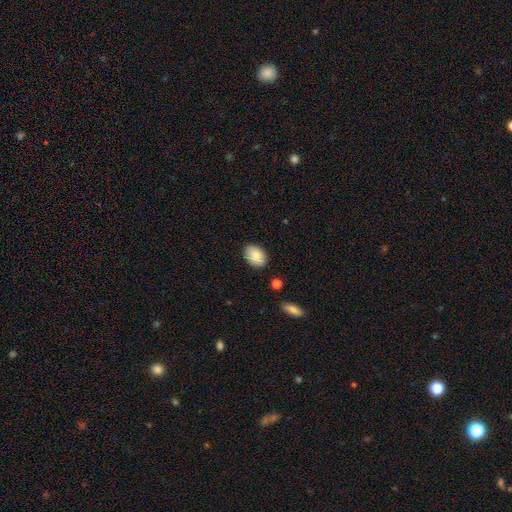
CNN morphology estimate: type=smooth (85%); roundness=in between (83%); merging=none (86%).